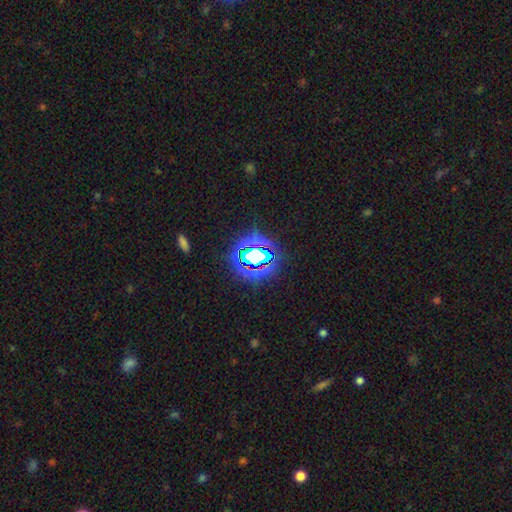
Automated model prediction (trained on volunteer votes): Smooth or featured?
  - star or artifact: 70% *
  - smooth: 18%
  - featured or disk: 13%